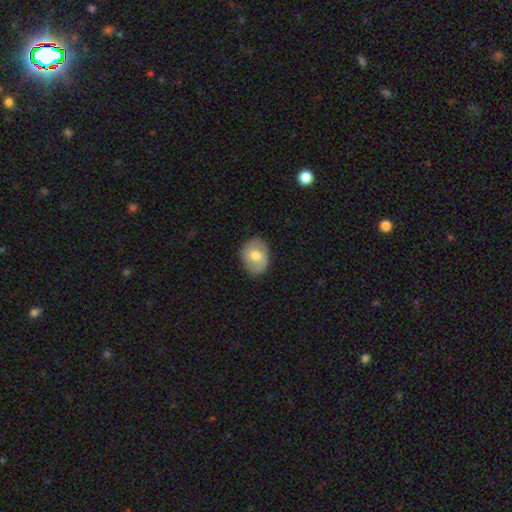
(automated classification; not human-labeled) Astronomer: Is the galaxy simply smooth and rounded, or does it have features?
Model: smooth — 71%.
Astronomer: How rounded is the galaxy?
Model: in between — 60% (runner-up: round, 39%).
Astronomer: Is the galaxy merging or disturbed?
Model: none — 81%.